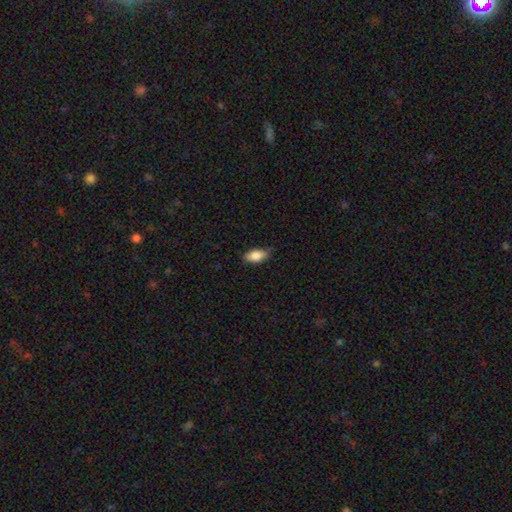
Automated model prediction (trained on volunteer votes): Overall: smooth (84%). How rounded: in between (89%). Merging: none (78%).